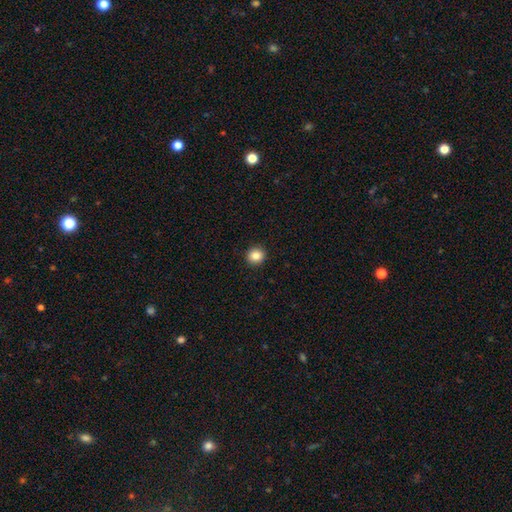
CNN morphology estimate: Smooth or featured? smooth (86%)
How rounded? round (92%)
Merging? none (93%)